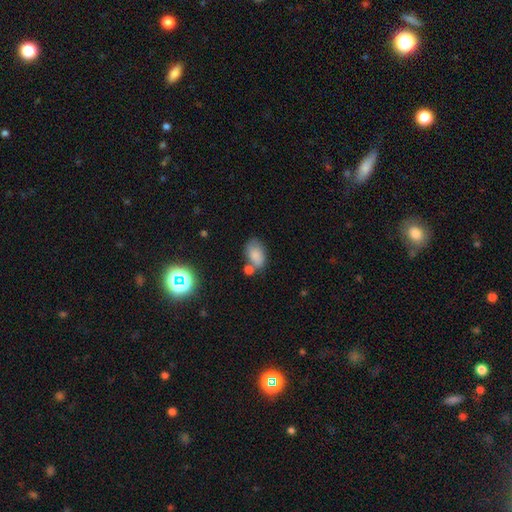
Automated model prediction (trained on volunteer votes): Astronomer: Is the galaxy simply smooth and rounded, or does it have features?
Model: smooth — 80%.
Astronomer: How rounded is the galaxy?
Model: in between — 89%.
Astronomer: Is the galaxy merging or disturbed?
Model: none — 49%.